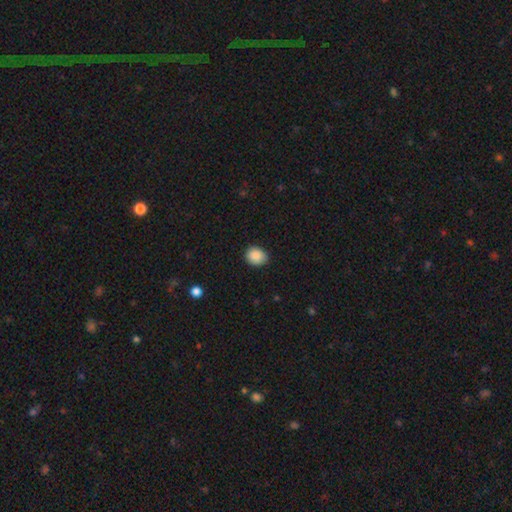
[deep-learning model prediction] Smooth or featured?
  - smooth: 89% *
  - star or artifact: 8%
  - featured or disk: 3%
How rounded?
  - round: 62% *
  - in between: 37%
  - cigar-shaped: 1%
Merging?
  - none: 86% *
  - minor disturbance: 11%
  - major disturbance: 2%
  - merger: 1%